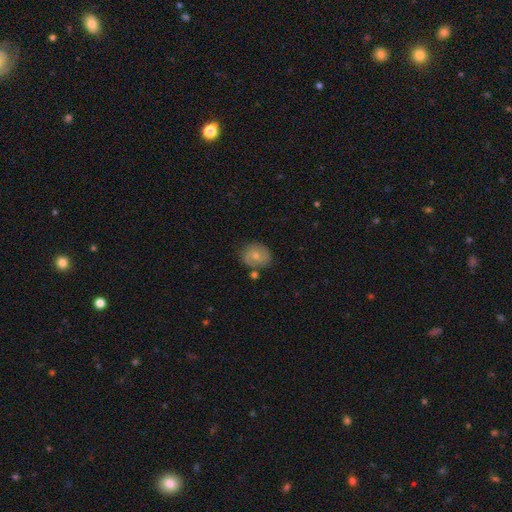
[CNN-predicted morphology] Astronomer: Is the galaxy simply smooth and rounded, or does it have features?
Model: smooth — 46% (runner-up: featured or disk, 45%).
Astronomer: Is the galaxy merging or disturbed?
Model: none — 72%.